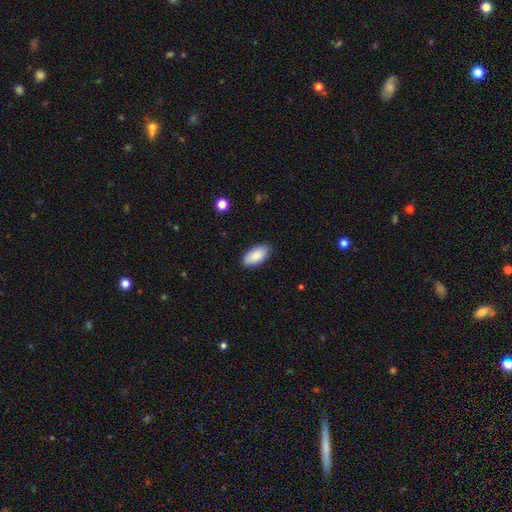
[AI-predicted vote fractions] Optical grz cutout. It shows a smooth galaxy with no disk features (88%) that is in between round and cigar-shaped (95%). Merging: none (86%).